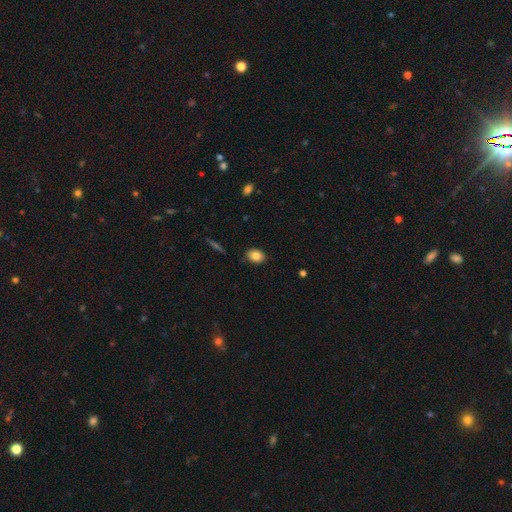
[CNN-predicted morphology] type=smooth (84%); roundness=in between (69%); merging=none (86%).